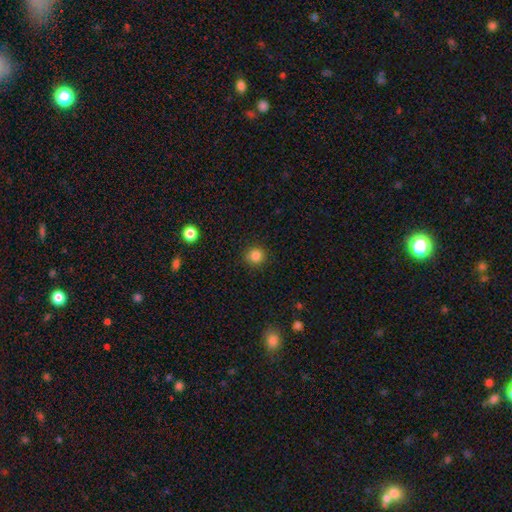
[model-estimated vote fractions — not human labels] smooth_or_featured: smooth (p=0.84) [alt: star or artifact p=0.12]
how_rounded: round (p=0.93) [alt: in between p=0.06]
merging: none (p=0.90) [alt: minor disturbance p=0.07]